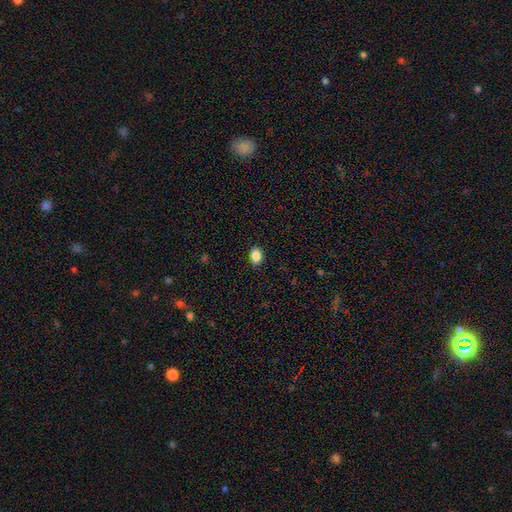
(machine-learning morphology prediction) Smooth or featured? Predicted: smooth (p=0.87). How rounded? Predicted: in between (p=0.67). Merging? Predicted: none (p=0.88).